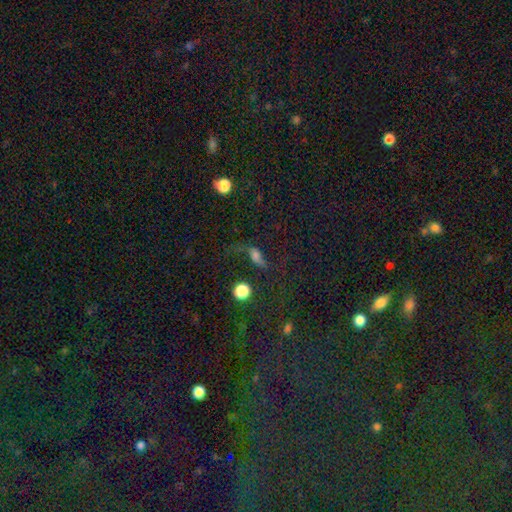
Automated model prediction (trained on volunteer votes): Q: Smooth or featured?
A: featured or disk (41%); runner-up: smooth (40%)
Q: Merging?
A: none (51%); runner-up: major disturbance (25%)